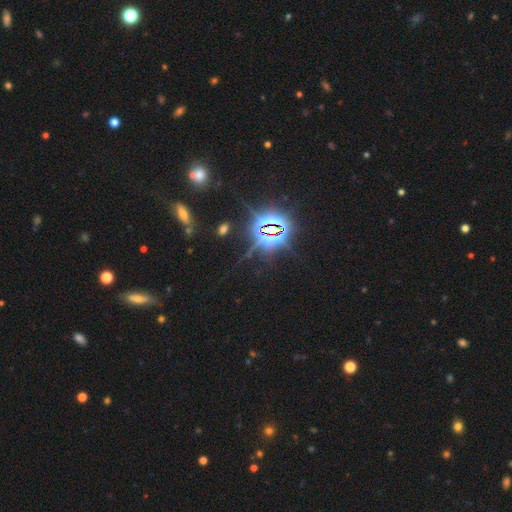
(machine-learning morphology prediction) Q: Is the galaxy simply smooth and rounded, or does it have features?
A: star or artifact — 79%.